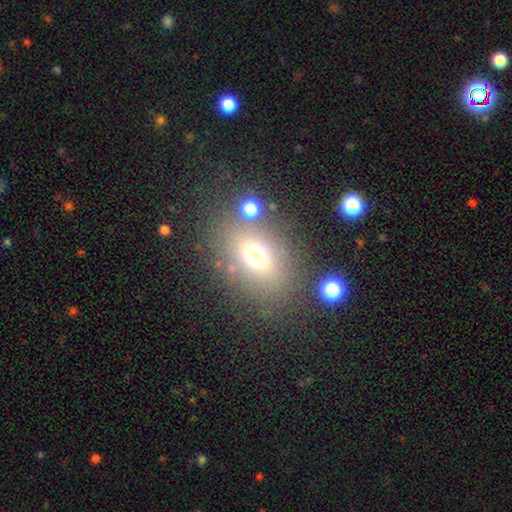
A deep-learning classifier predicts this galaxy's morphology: A smooth galaxy with no disk features (68%) that is in between round and cigar-shaped (63%).

Vote fractions:
- Smooth or featured? smooth: 68% / star or artifact: 18% / featured or disk: 13%
- How rounded? in between: 63% / round: 35% / cigar-shaped: 2%
- Merging? none: 71% / merger: 11% / minor disturbance: 11% / major disturbance: 7%